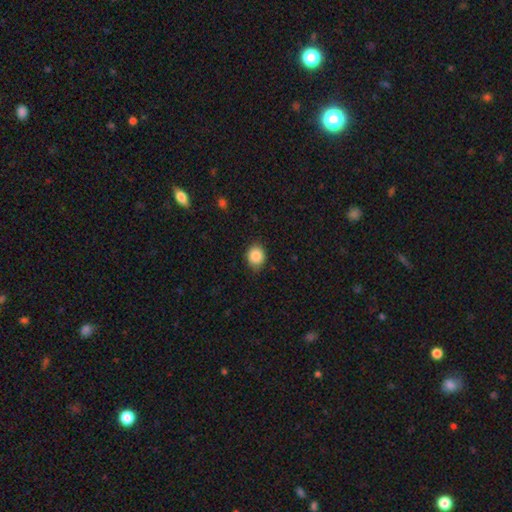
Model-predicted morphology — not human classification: A smooth galaxy with no disk features (88%) that is round (67%). Merging: none (81%).